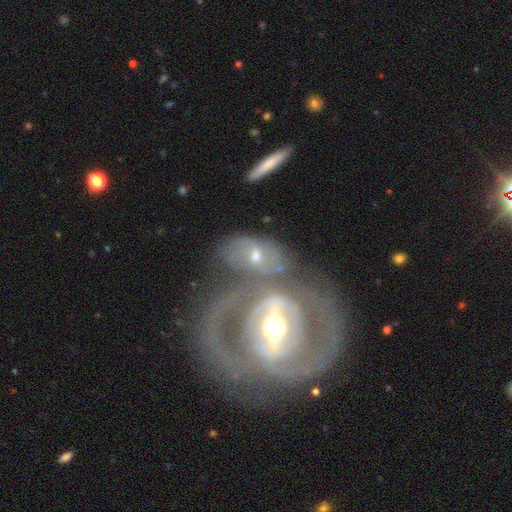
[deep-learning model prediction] This appears to be a featured or disk galaxy (70%) with no bar (38%), spiral arms (61%) and a moderate central bulge (71%). Merging: merger (47%).